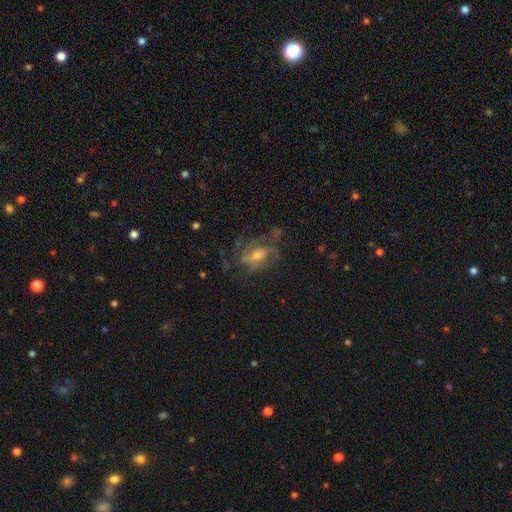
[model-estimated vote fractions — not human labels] featured or disk 72%, smooth 19%, star or artifact 9%. Down the decision tree: edge-on disk — no (95%); bar — weak (44%); spiral arms — yes (79%); spiral arm count — 2 (34%); spiral winding — medium (46%); bulge size — moderate (46%, tied with small); merging — none (49%).